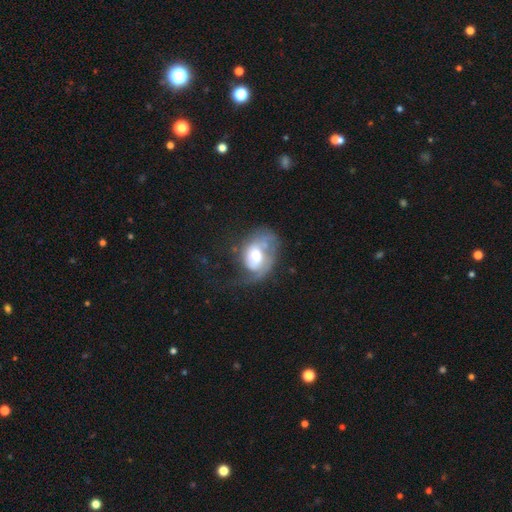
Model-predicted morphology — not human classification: Smooth or featured? featured or disk (58%)
Edge-on disk? no (96%)
Bar? no (69%)
Spiral arms? yes (65%)
Bulge size? moderate (65%)
Merging? major disturbance (41%)